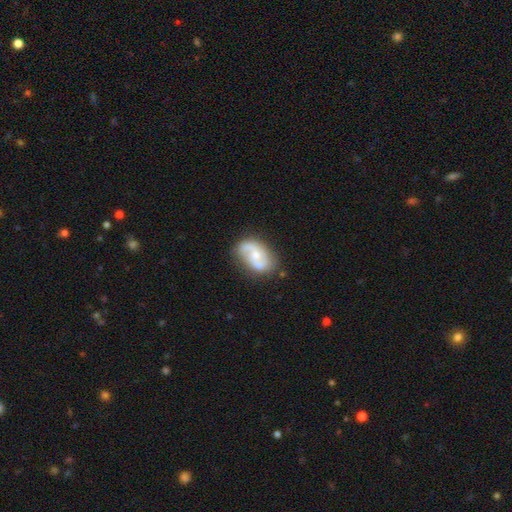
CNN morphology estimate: This is likely a featured or disk galaxy (72%). It is clearly not viewed edge-on (96%). Bar: possibly no (59%). Spiral arm pattern: clearly yes (86%). Spiral arm count: clearly 2 (82%). Spiral winding: marginally medium (42%). Central bulge: possibly moderate (54%). Merging: likely none (71%).